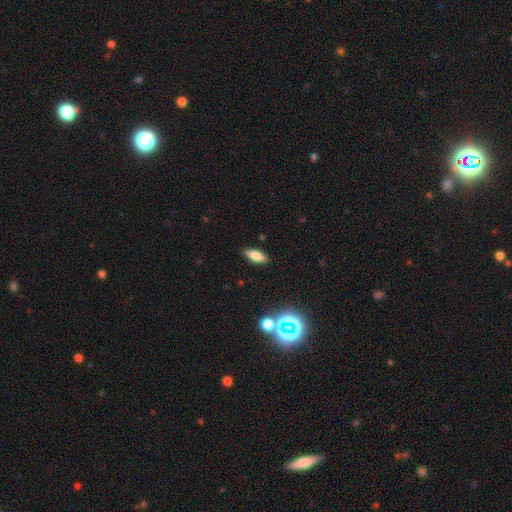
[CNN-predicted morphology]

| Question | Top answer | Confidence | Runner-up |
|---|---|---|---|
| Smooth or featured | smooth | 73% | featured or disk (17%) |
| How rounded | in between | 74% | cigar-shaped (23%) |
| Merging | none | 87% | minor disturbance (9%) |